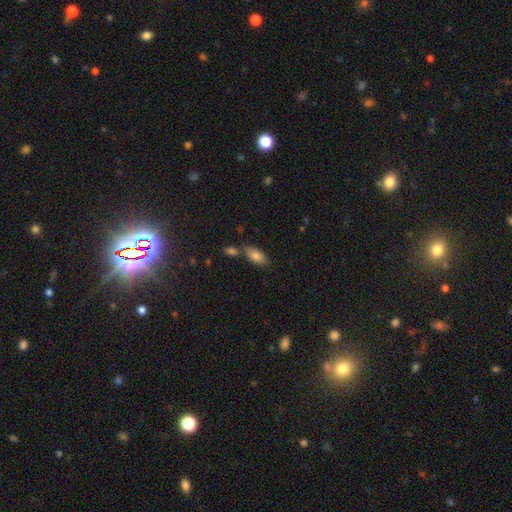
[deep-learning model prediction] The model was most divided on "merging": none: 63%, merger: 21%, minor disturbance: 13%, major disturbance: 3%. More confident: how rounded — in between (90%); smooth or featured — smooth (83%).